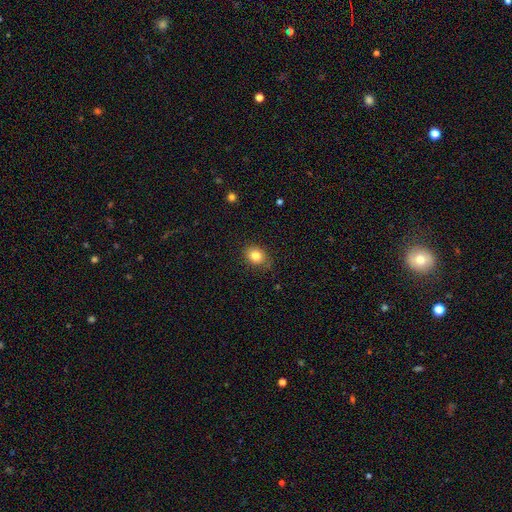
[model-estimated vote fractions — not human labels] This is clearly a smooth galaxy (83%). How rounded: possibly round (54%). Merging: clearly none (81%).